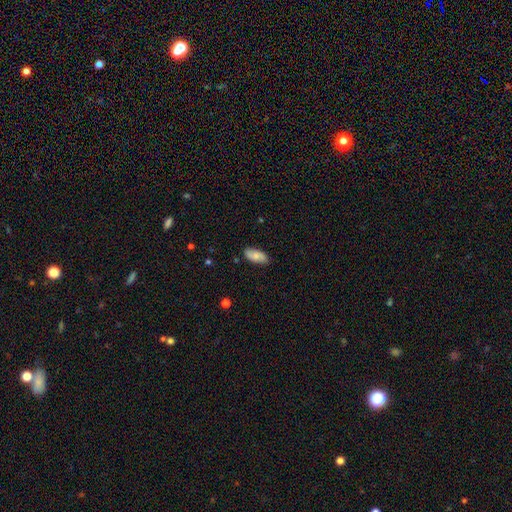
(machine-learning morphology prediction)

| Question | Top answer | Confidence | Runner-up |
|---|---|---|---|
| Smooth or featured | smooth | 73% | featured or disk (20%) |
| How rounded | in between | 89% | cigar-shaped (9%) |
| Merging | none | 82% | minor disturbance (15%) |